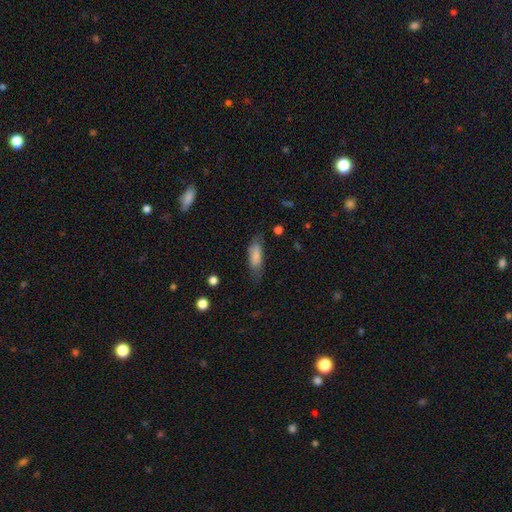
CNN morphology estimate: Smooth or featured? Predicted: smooth (p=0.79). How rounded? Predicted: in between (p=0.68). Merging? Predicted: none (p=0.59).